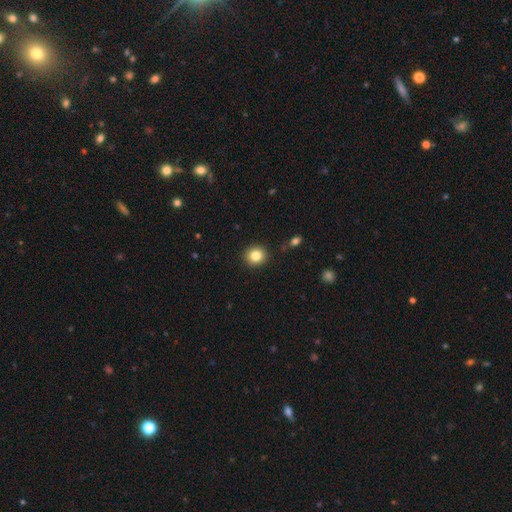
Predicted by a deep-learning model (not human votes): A smooth galaxy with no disk features (84%) that is round (88%). Merging: none (91%).